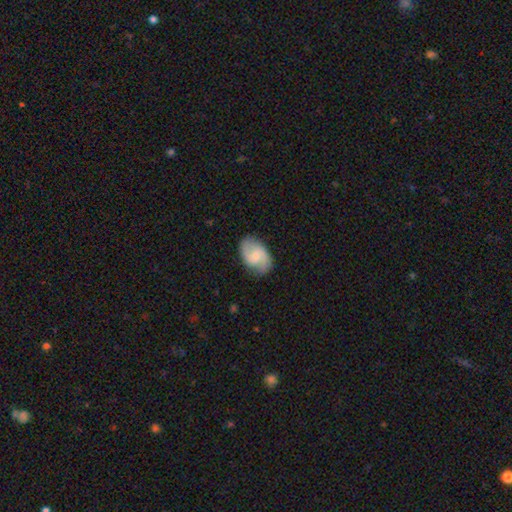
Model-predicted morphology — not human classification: smooth_or_featured: featured or disk (p=0.71) [alt: smooth p=0.24]
disk_edge_on: no (p=0.98) [alt: yes p=0.02]
bar: weak (p=0.50) [alt: no p=0.41]
has_spiral_arms: yes (p=0.95) [alt: no p=0.05]
spiral_winding: medium (p=0.49) [alt: loose p=0.34]
spiral_arm_count: 2 (p=0.91) [alt: can't tell p=0.04]
bulge_size: small (p=0.50) [alt: moderate p=0.25]
merging: none (p=0.81) [alt: minor disturbance p=0.14]